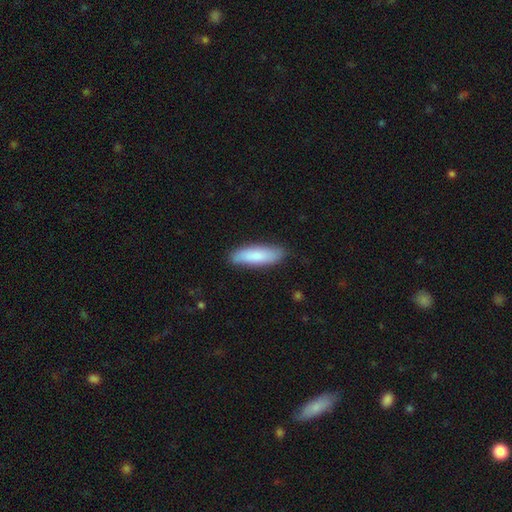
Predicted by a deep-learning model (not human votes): Smooth or featured: smooth — 80% (featured or disk — 14%)
How rounded: cigar-shaped — 50% (in between — 48%)
Merging: none — 84% (minor disturbance — 13%)